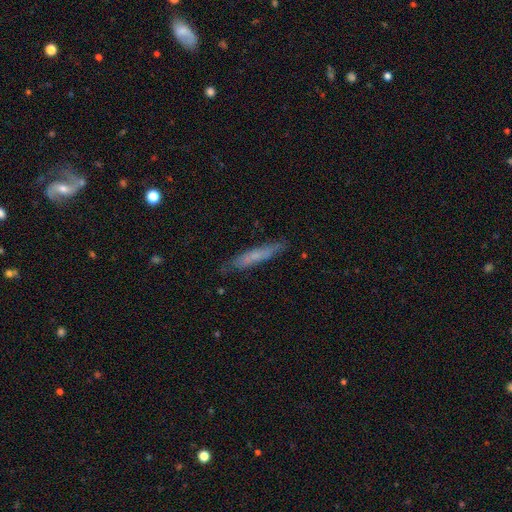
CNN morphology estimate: A smooth galaxy with no disk features (56%) that is cigar-shaped (92%). Merging: none (82%).